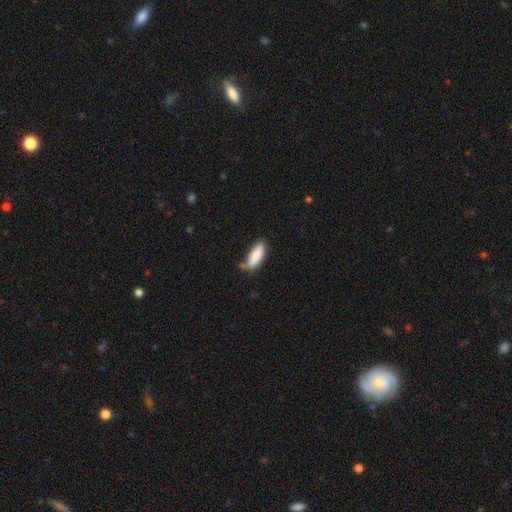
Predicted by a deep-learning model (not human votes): Morphology: type=smooth (85%); roundness=in between (67%); merging=none (58%).